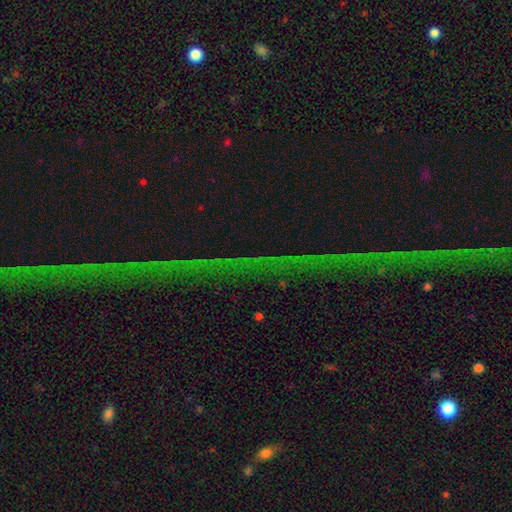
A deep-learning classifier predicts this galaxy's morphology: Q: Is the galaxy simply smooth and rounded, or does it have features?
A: star or artifact — 76%.